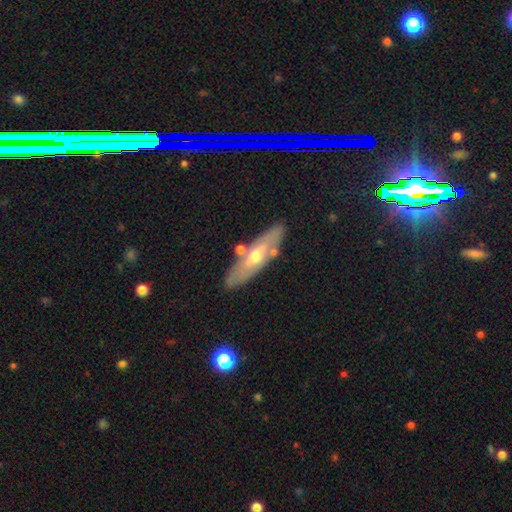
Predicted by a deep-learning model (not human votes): The model was most divided on "edge-on disk": no: 53%, yes: 47%. More confident: merging — none (78%); smooth or featured — featured or disk (59%).